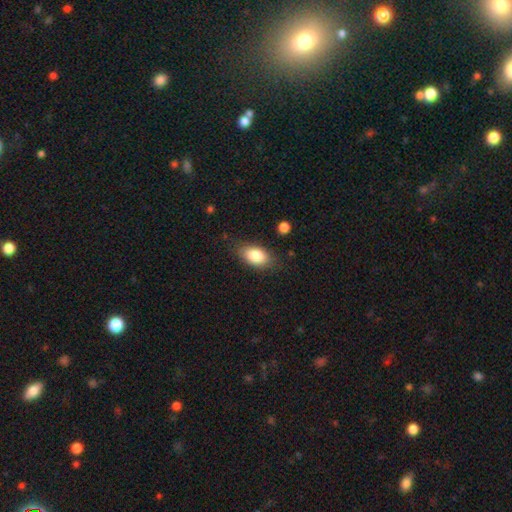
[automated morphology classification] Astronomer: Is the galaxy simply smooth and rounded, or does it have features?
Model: smooth — 83%.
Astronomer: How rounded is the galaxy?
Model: in between — 90%.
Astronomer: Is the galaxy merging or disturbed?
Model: none — 78%.